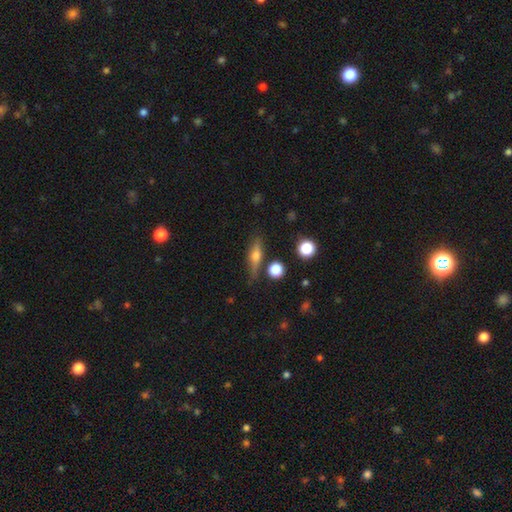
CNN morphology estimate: Smooth or featured: featured or disk — 48% (smooth — 43%)
Merging: none — 76% (minor disturbance — 14%)